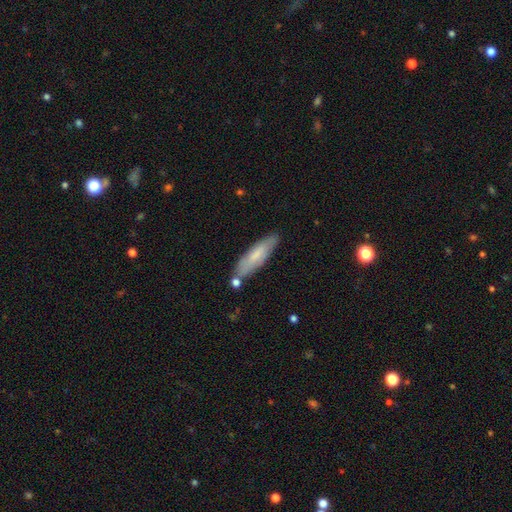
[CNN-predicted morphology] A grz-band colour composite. It shows a smooth galaxy with no disk features (69%) that is cigar-shaped (65%). Merging: none (76%).